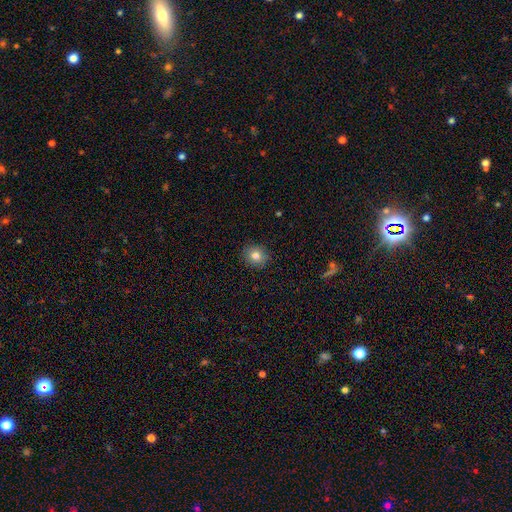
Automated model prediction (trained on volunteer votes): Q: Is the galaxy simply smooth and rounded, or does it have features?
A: smooth — 81%.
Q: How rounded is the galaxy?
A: round — 80%.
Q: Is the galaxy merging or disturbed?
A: none — 90%.